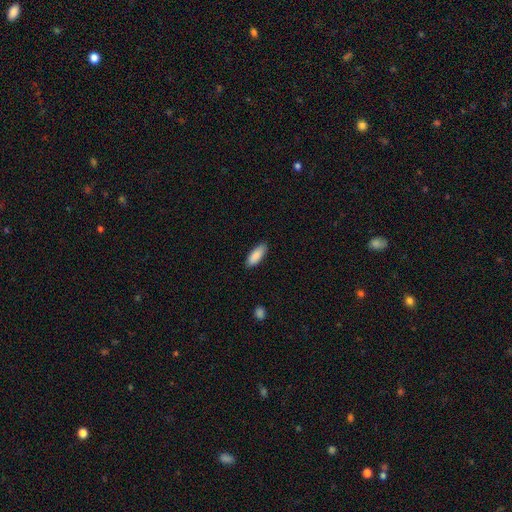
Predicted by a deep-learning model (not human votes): Smooth or featured: smooth — 89% (star or artifact — 6%)
How rounded: in between — 74% (cigar-shaped — 24%)
Merging: none — 87% (minor disturbance — 10%)